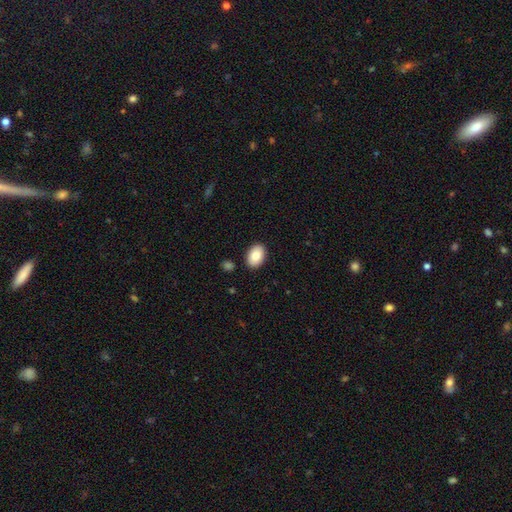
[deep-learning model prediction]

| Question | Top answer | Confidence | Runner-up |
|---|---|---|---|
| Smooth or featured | smooth | 86% | featured or disk (7%) |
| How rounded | in between | 88% | round (11%) |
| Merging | none | 89% | minor disturbance (8%) |